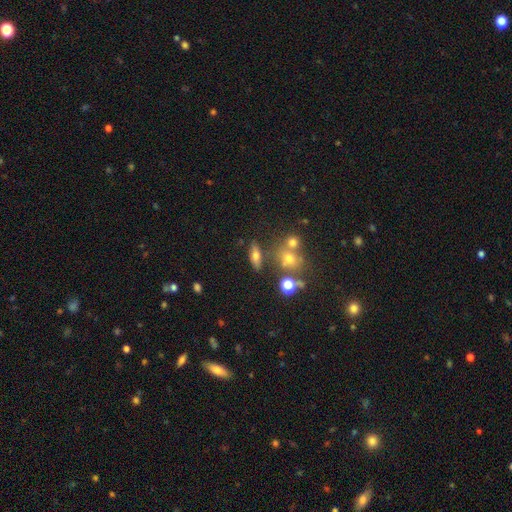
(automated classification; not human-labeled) Smooth or featured: smooth — 56% (featured or disk — 29%)
How rounded: in between — 52% (cigar-shaped — 37%)
Merging: none — 71% (minor disturbance — 13%)